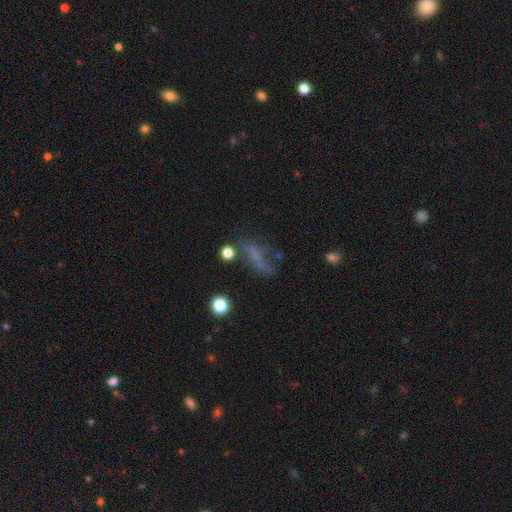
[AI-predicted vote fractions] Morphology: type=smooth (47%); merging=none (44%).